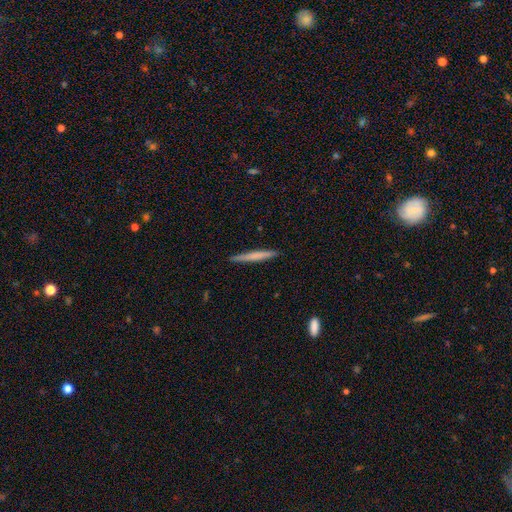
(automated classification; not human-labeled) smooth 60%, featured or disk 34%, star or artifact 5%. Down the decision tree: how rounded — cigar-shaped (96%); merging — none (91%).